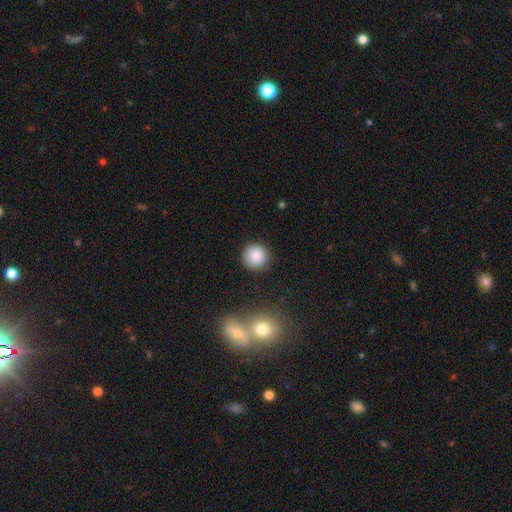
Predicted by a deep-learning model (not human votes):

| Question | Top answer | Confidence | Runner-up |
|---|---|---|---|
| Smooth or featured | smooth | 86% | star or artifact (9%) |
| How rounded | round | 94% | in between (5%) |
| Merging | none | 89% | minor disturbance (7%) |